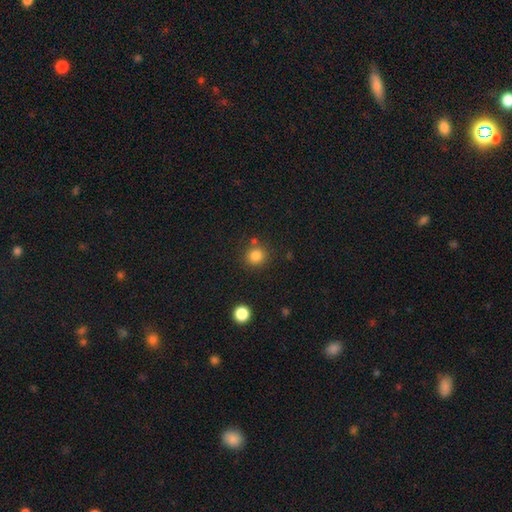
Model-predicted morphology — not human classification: A smooth galaxy with no disk features (83%) that is round (90%). Merging: none (80%).